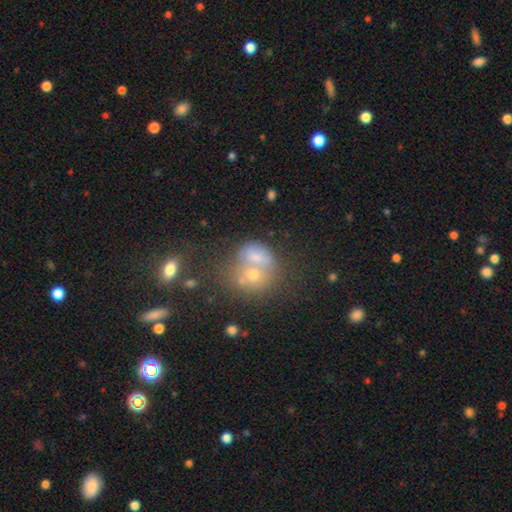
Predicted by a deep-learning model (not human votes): Morphology: type=smooth (56%); roundness=round (62%); merging=merger (56%).